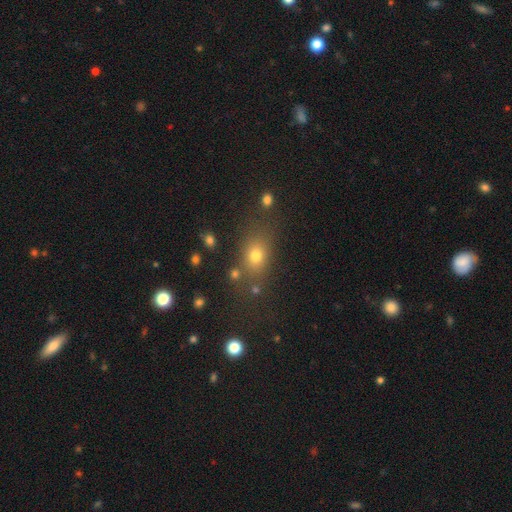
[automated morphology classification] smooth 69%, star or artifact 20%, featured or disk 11%. Down the decision tree: how rounded — in between (57%); merging — none (72%).